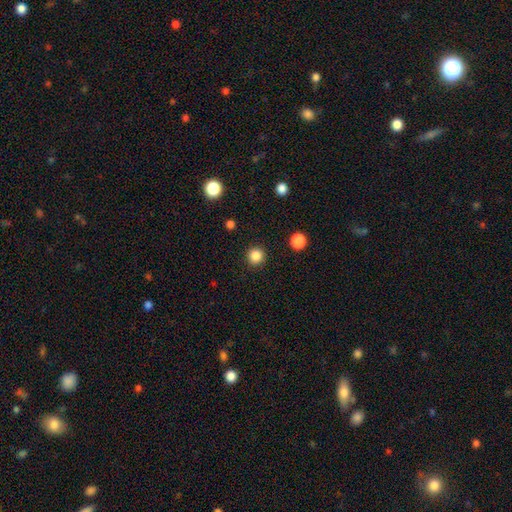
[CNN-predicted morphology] A smooth galaxy with no disk features (85%) that is round (95%). Merging: none (92%).